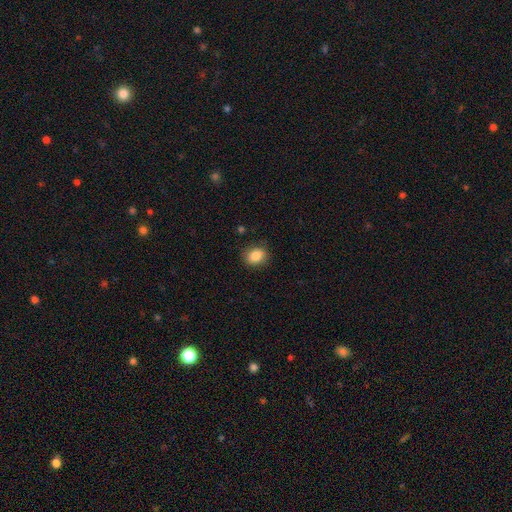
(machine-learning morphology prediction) This appears to be a smooth galaxy with no disk features (85%) that is in between round and cigar-shaped (52%). Merging: none (85%).